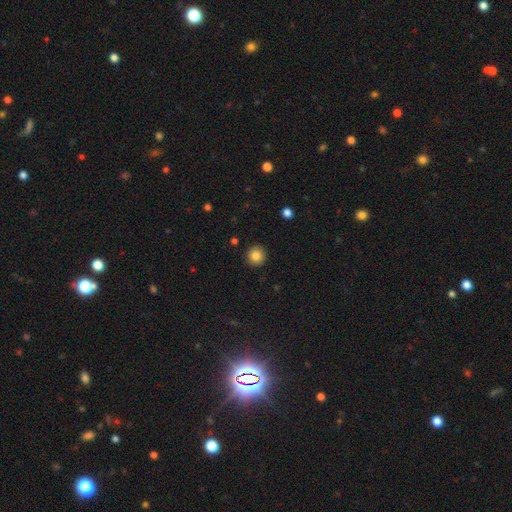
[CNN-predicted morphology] smooth-or-featured: smooth: 84% | star or artifact: 10% | featured or disk: 6%
  how-rounded: round: 94% | in between: 5% | cigar-shaped: 1%
  merging: none: 92% | minor disturbance: 5% | major disturbance: 2% | merger: 1%